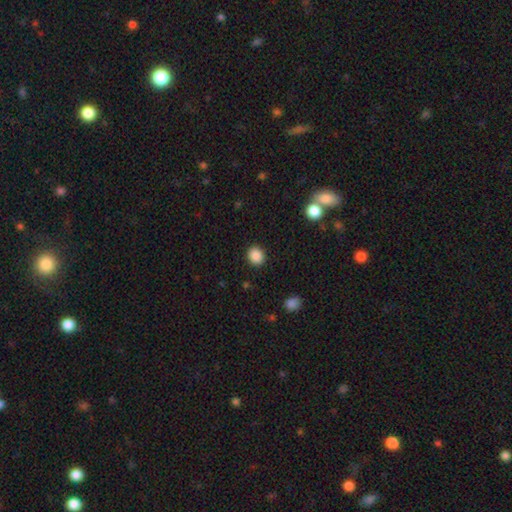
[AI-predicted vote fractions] smooth 88%, star or artifact 9%, featured or disk 3%. Down the decision tree: how rounded — round (81%); merging — none (91%).